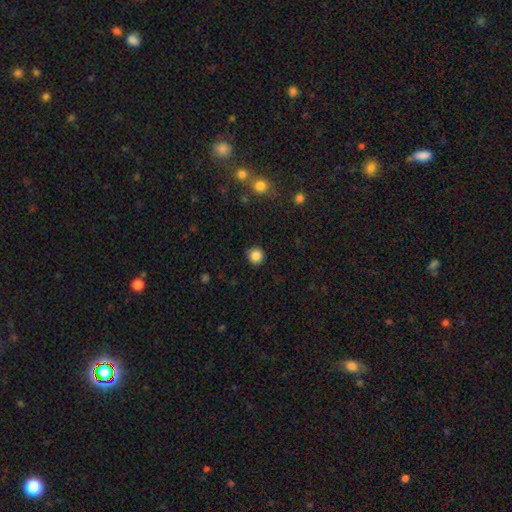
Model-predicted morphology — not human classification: A smooth galaxy with no disk features (85%) that is round (94%). Merging: none (90%).